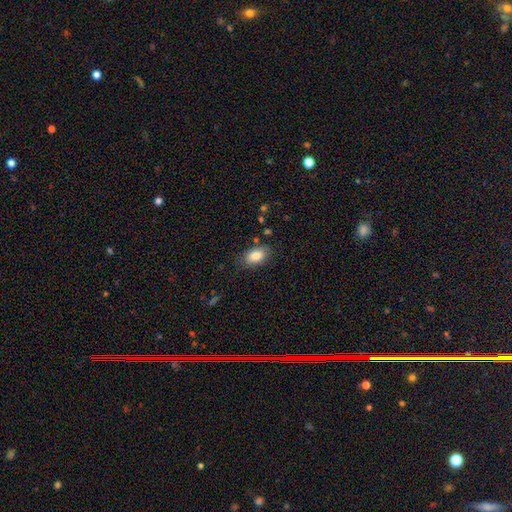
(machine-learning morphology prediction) type=smooth (84%); roundness=in between (89%); merging=none (81%).